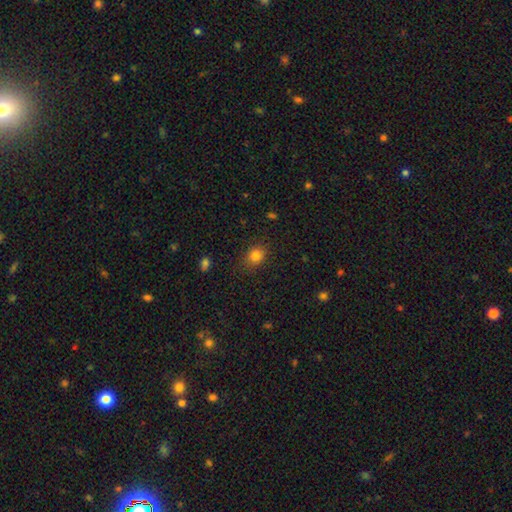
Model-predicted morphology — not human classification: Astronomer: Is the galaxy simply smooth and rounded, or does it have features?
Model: smooth — 82%.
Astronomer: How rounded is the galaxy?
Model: round — 63%.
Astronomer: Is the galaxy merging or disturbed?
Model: none — 85%.